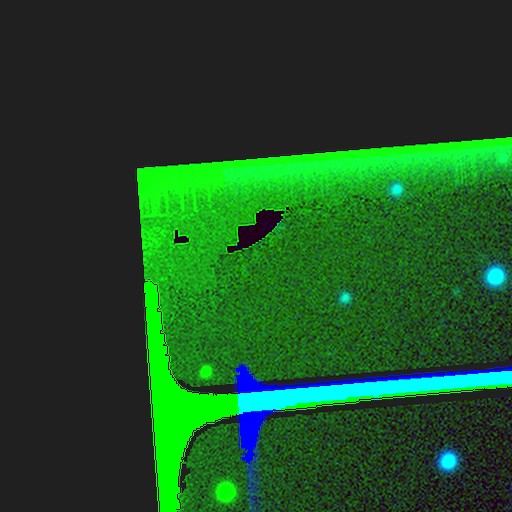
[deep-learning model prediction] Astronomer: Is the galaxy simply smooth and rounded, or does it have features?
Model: star or artifact — 87%.